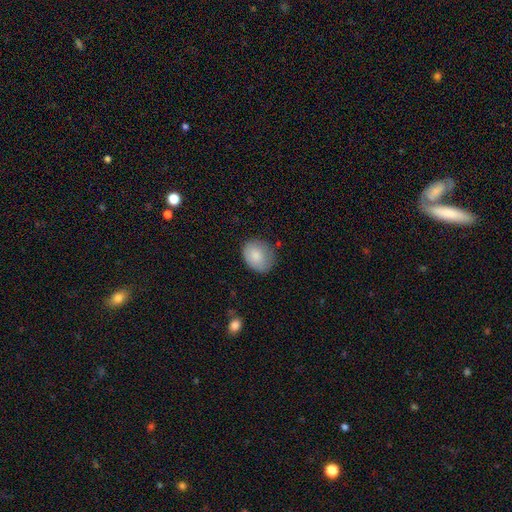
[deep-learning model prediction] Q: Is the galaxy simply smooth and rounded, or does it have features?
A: smooth — 83%.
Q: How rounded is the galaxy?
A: round — 50%.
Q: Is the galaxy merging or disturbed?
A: none — 70%.